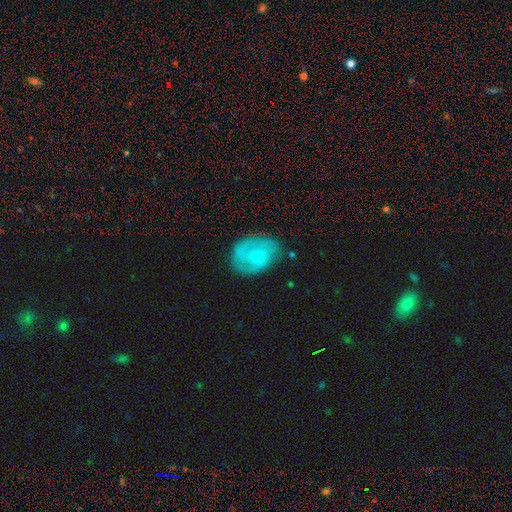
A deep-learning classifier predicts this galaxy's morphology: A featured or disk galaxy (53%) with no bar (63%), spiral arms (75%) and a small central bulge (62%).

Vote fractions:
- Smooth or featured? featured or disk: 53% / smooth: 40% / star or artifact: 7%
- Edge-on disk? no: 97% / yes: 3%
- Bar? no: 63% / weak: 32% / strong: 5%
- Spiral arms? yes: 75% / no: 25%
- Bulge size? small: 62% / moderate: 25% / none: 11% / large: 2% / dominant: 1%
- Merging? none: 67% / minor disturbance: 23% / major disturbance: 8% / merger: 2%